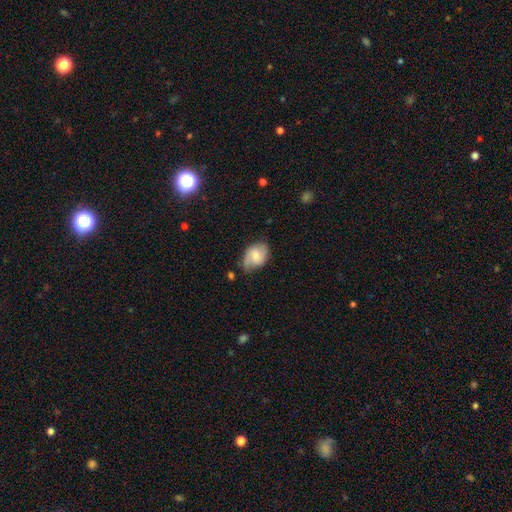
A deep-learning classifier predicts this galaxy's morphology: smooth_or_featured: smooth (p=0.54) [alt: featured or disk p=0.38]
how_rounded: in between (p=0.79) [alt: round p=0.20]
merging: none (p=0.63) [alt: minor disturbance p=0.28]